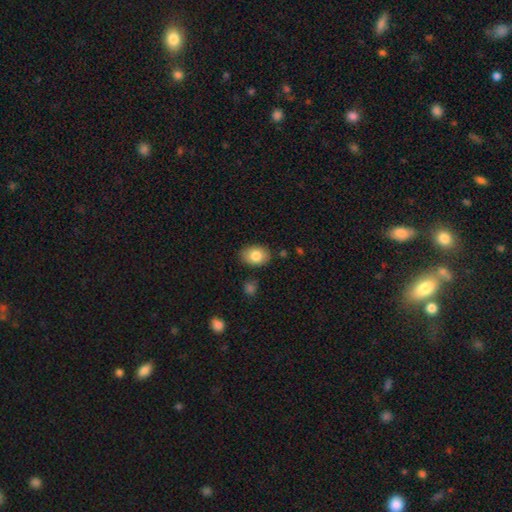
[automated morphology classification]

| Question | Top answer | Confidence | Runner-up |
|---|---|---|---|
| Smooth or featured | smooth | 82% | featured or disk (10%) |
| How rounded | in between | 78% | round (21%) |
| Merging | none | 84% | minor disturbance (11%) |